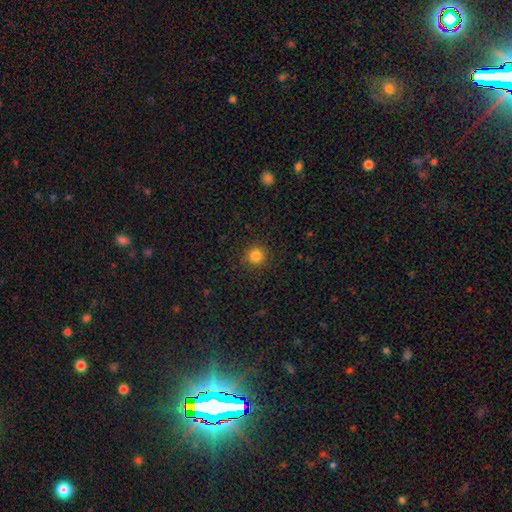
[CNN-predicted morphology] smooth_or_featured: smooth (p=0.83) [alt: star or artifact p=0.12]
how_rounded: round (p=0.94) [alt: in between p=0.05]
merging: none (p=0.90) [alt: minor disturbance p=0.06]